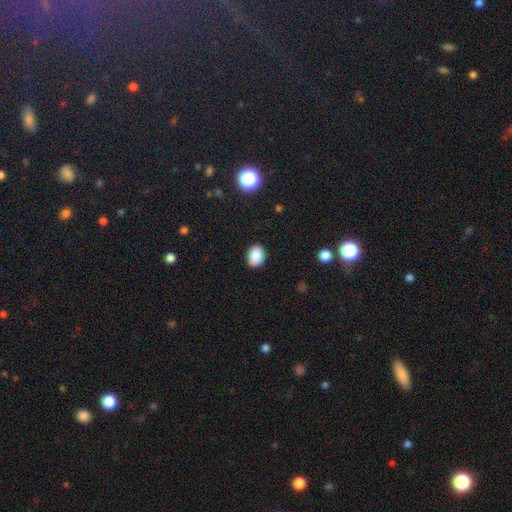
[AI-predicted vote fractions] This is clearly a smooth galaxy (88%). How rounded: likely in between (68%). Merging: clearly none (88%).